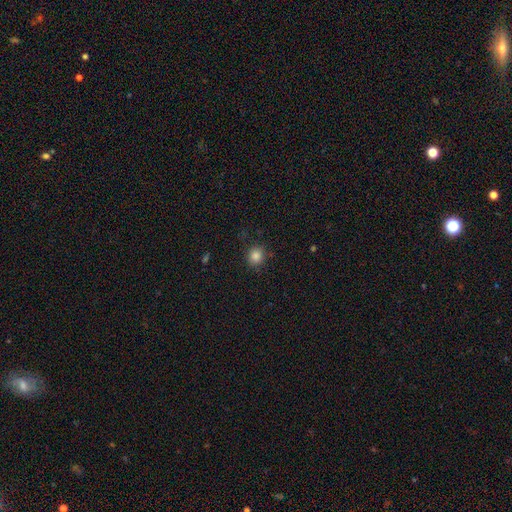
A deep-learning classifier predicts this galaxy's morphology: A smooth galaxy with no disk features (84%) that is round (87%).

Vote fractions:
- Smooth or featured? smooth: 84% / star or artifact: 12% / featured or disk: 4%
- How rounded? round: 87% / in between: 12% / cigar-shaped: 1%
- Merging? none: 86% / minor disturbance: 9% / major disturbance: 3% / merger: 1%